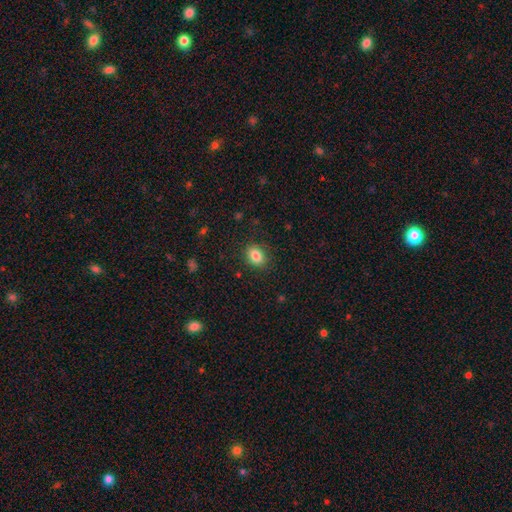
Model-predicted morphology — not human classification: This is clearly a smooth galaxy (85%). How rounded: possibly in between (58%). Merging: clearly none (87%).